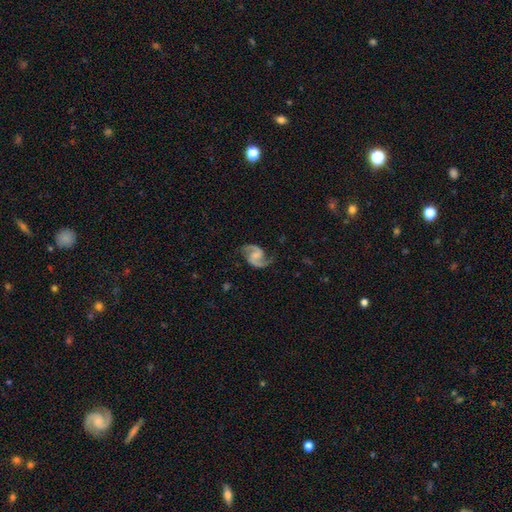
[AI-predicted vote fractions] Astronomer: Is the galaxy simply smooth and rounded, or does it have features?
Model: featured or disk — 91%.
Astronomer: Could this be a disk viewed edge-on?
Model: no — 98%.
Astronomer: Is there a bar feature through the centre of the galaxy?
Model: weak — 47% (runner-up: no, 37%).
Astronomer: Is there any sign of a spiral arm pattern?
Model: yes — 98%.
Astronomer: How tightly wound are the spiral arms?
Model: medium — 56%.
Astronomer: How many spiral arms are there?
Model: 2 — 94%.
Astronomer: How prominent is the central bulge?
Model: none — 38% (runner-up: small, 34%).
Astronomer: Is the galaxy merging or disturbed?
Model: none — 80%.